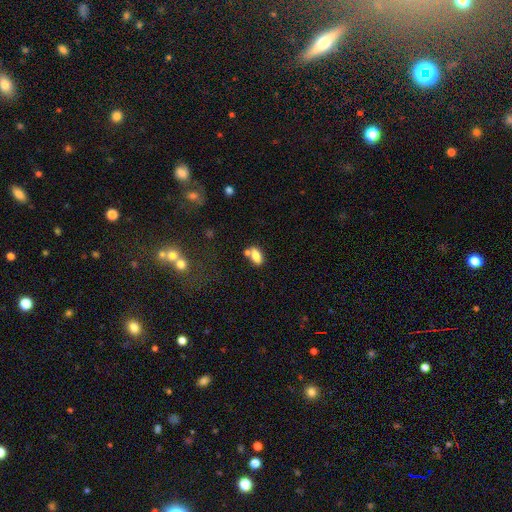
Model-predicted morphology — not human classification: Q: Smooth or featured?
A: smooth (78%); runner-up: featured or disk (13%)
Q: How rounded?
A: in between (88%); runner-up: round (8%)
Q: Merging?
A: none (54%); runner-up: merger (28%)